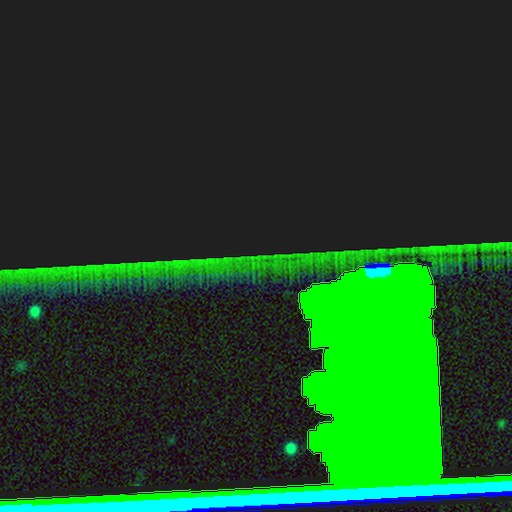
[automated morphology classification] Smooth or featured? star or artifact (80%)